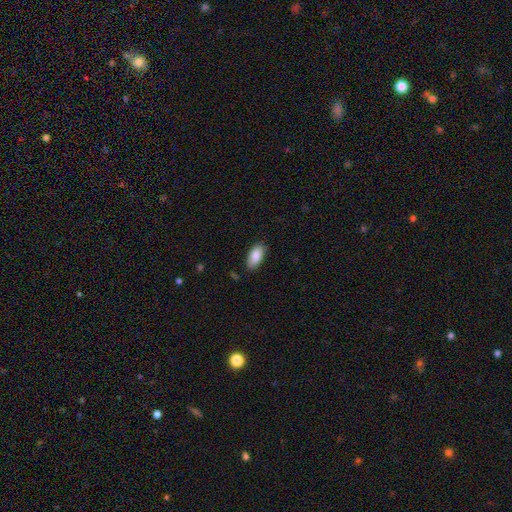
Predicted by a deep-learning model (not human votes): smooth-or-featured: smooth: 88% | star or artifact: 6% | featured or disk: 6%
  how-rounded: in between: 92% | cigar-shaped: 6% | round: 2%
  merging: none: 83% | minor disturbance: 13% | major disturbance: 3% | merger: 1%